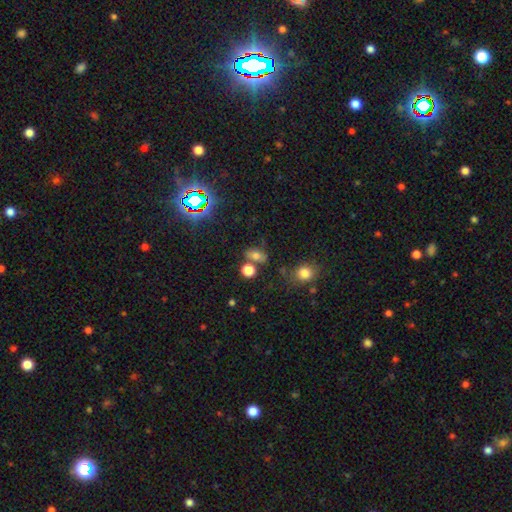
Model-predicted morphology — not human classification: Smooth or featured: smooth — 67% (star or artifact — 21%)
How rounded: in between — 71% (round — 25%)
Merging: none — 63% (merger — 17%)